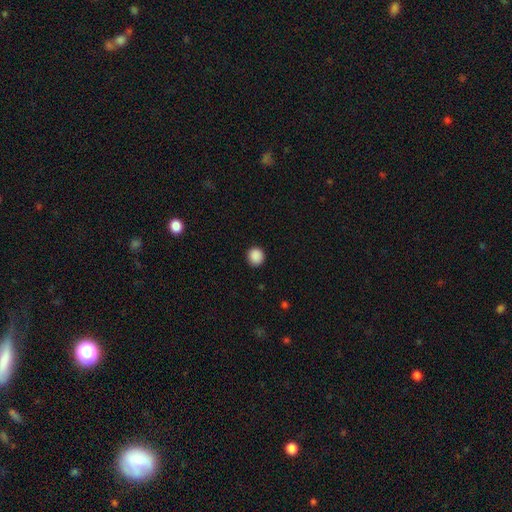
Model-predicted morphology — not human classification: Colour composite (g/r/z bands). It shows a smooth galaxy with no disk features (89%) that is round (92%). Merging: none (92%).